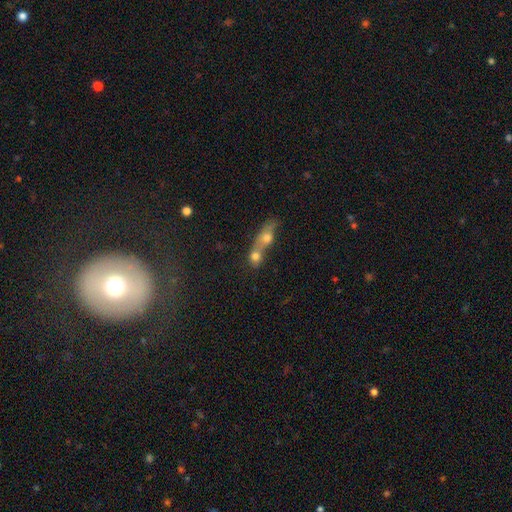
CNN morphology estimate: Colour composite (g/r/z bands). It shows a smooth galaxy with no disk features (65%) that is round (46%). Merging: merger (68%).